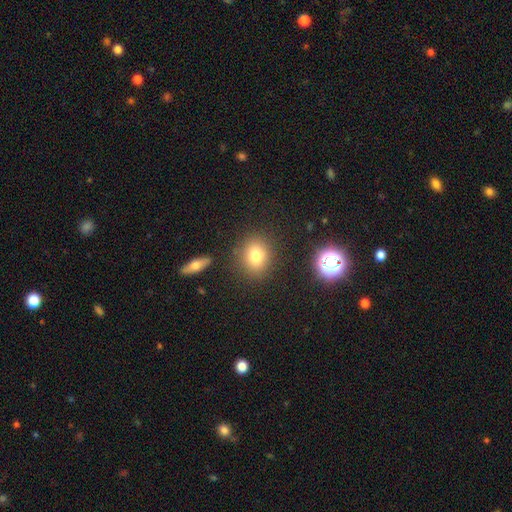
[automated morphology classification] This appears to be a smooth galaxy with no disk features (78%) that is round (64%). Merging: none (83%).